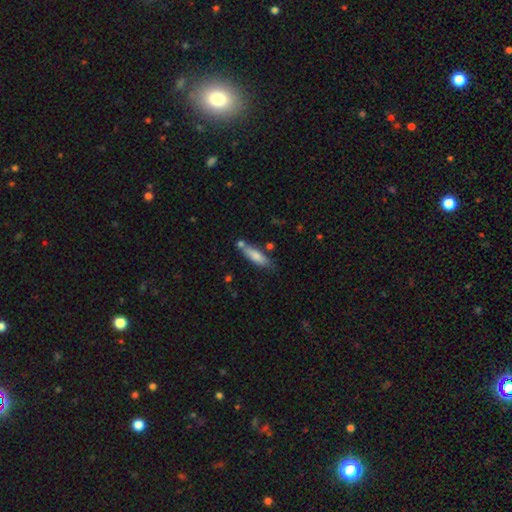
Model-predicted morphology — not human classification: smooth-or-featured: smooth: 77% | featured or disk: 17% | star or artifact: 6%
  how-rounded: cigar-shaped: 63% | in between: 36% | round: 2%
  merging: none: 66% | minor disturbance: 17% | merger: 13% | major disturbance: 4%